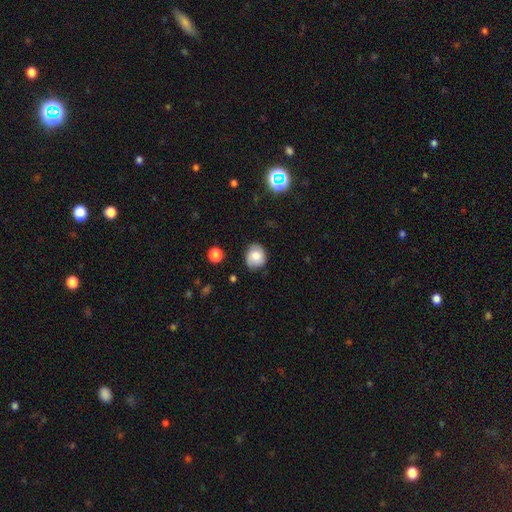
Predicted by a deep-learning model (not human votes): Q: Smooth or featured?
A: smooth (60%); runner-up: featured or disk (29%)
Q: How rounded?
A: round (72%); runner-up: in between (27%)
Q: Merging?
A: none (72%); runner-up: minor disturbance (21%)